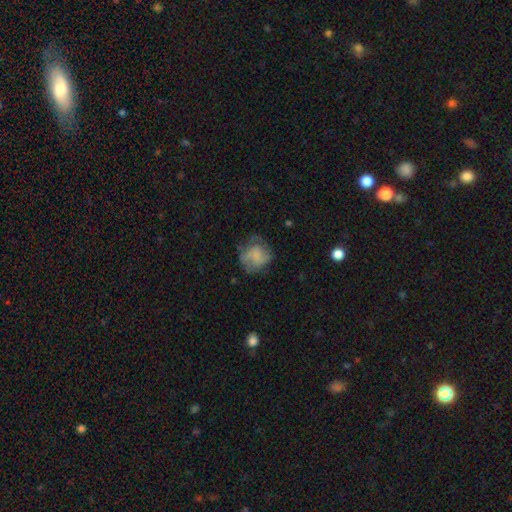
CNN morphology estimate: smooth_or_featured: smooth (p=0.56) [alt: featured or disk p=0.35]
how_rounded: round (p=0.76) [alt: in between p=0.23]
merging: none (p=0.57) [alt: minor disturbance p=0.25]